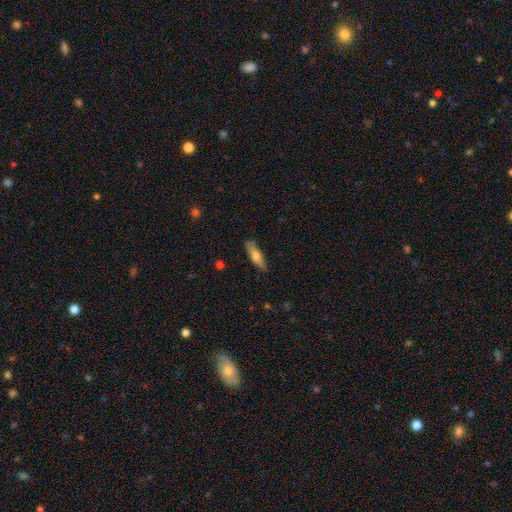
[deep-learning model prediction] Overall: smooth (64%; featured or disk 30%). How rounded: cigar-shaped (67%; in between 31%). Merging: none (85%).